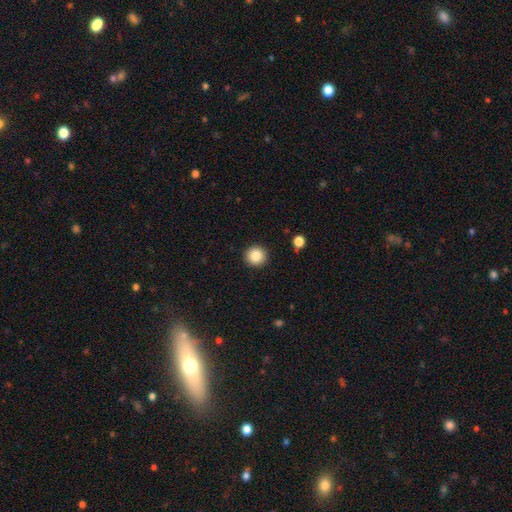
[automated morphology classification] Smooth or featured?
  - smooth: 85% *
  - star or artifact: 10%
  - featured or disk: 6%
How rounded?
  - round: 94% *
  - in between: 5%
  - cigar-shaped: 1%
Merging?
  - none: 92% *
  - minor disturbance: 5%
  - major disturbance: 2%
  - merger: 1%